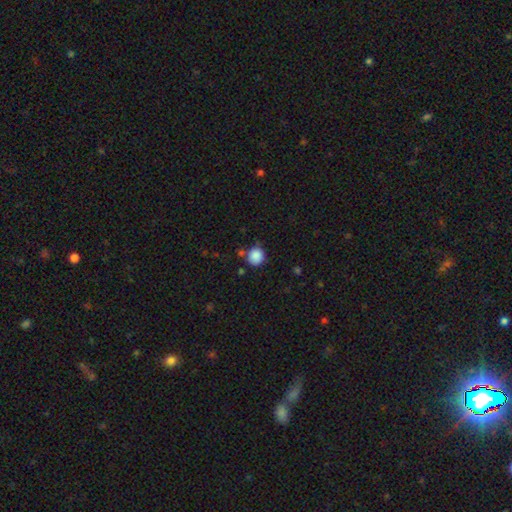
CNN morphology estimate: smooth-or-featured: smooth: 87% | star or artifact: 9% | featured or disk: 4%
  how-rounded: round: 89% | in between: 10% | cigar-shaped: 1%
  merging: none: 73% | minor disturbance: 17% | merger: 6% | major disturbance: 4%